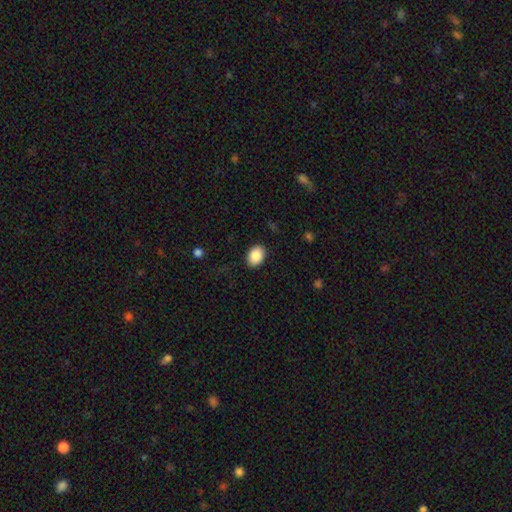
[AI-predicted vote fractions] Smooth or featured? Predicted: smooth (p=0.88). How rounded? Predicted: in between (p=0.72). Merging? Predicted: none (p=0.88).